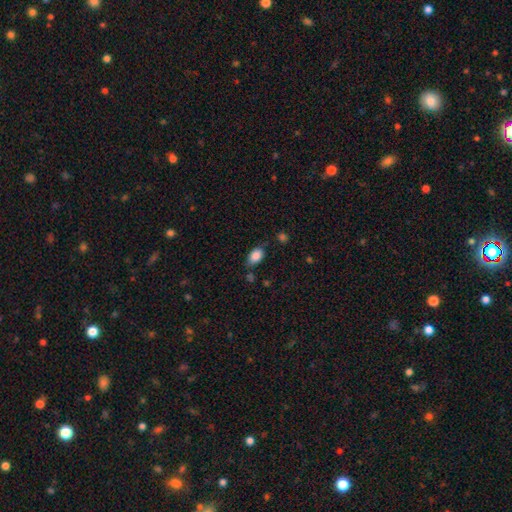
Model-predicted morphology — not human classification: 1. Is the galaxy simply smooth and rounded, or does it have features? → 86% smooth, 8% star or artifact, 5% featured or disk.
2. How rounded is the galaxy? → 88% in between, 10% round, 2% cigar-shaped.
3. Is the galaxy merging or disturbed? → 71% none, 20% minor disturbance, 5% major disturbance, 5% merger.